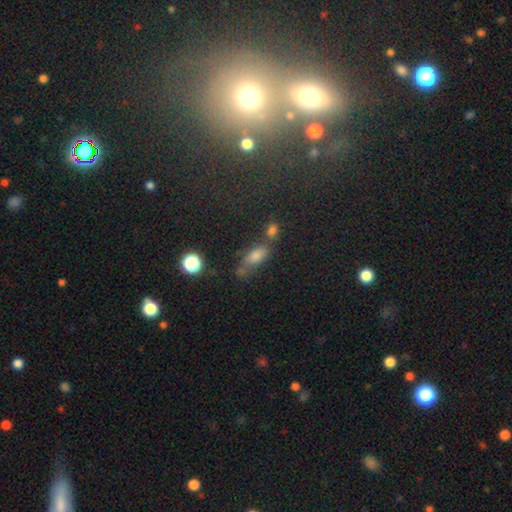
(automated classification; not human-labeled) Overall: smooth (67%). How rounded: in between (73%). Merging: none (48%; merger 26%).